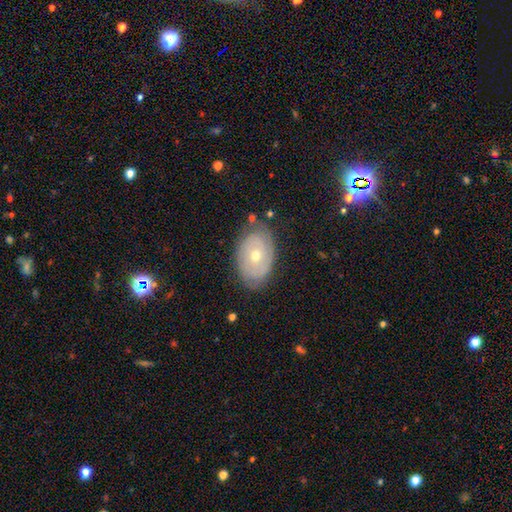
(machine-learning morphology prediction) A featured or disk galaxy (60%) with no bar (82%), spiral arms (62%) and a moderate central bulge (59%).

Vote fractions:
- Smooth or featured? featured or disk: 60% / smooth: 31% / star or artifact: 8%
- Edge-on disk? no: 93% / yes: 7%
- Bar? no: 82% / weak: 15% / strong: 3%
- Spiral arms? yes: 62% / no: 38%
- Bulge size? moderate: 59% / small: 38% / large: 2% / none: 1% / dominant: 1%
- Merging? none: 77% / minor disturbance: 17% / major disturbance: 4% / merger: 2%